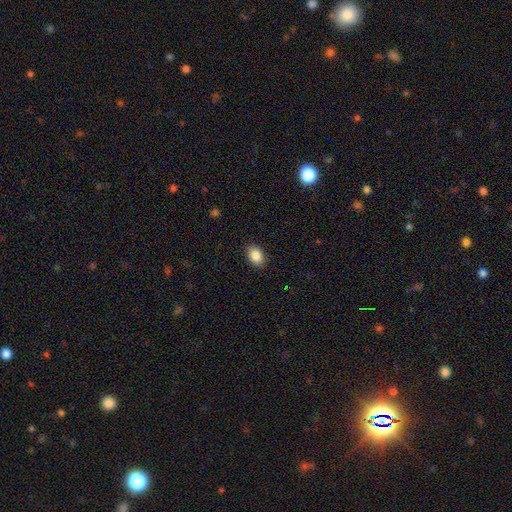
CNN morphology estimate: smooth 88%, star or artifact 8%, featured or disk 4%. Down the decision tree: how rounded — in between (80%); merging — none (88%).